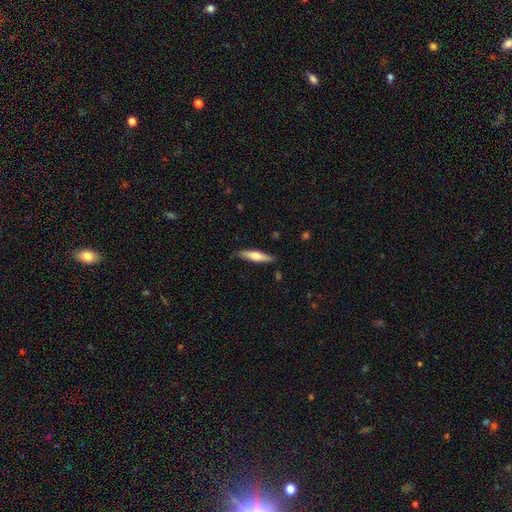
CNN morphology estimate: Smooth or featured?
  - smooth: 57% *
  - featured or disk: 37%
  - star or artifact: 5%
How rounded?
  - cigar-shaped: 80% *
  - in between: 18%
  - round: 2%
Merging?
  - none: 82% *
  - minor disturbance: 14%
  - major disturbance: 3%
  - merger: 1%